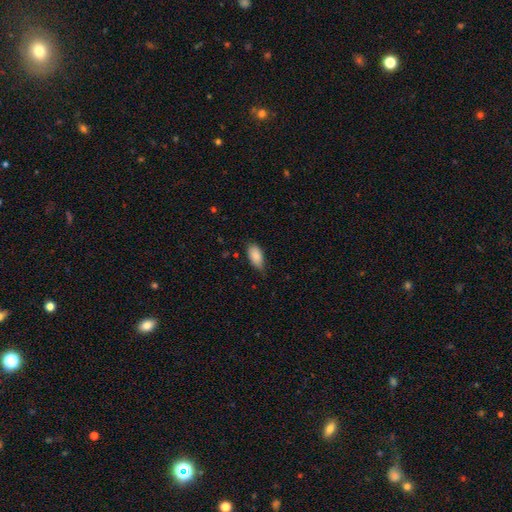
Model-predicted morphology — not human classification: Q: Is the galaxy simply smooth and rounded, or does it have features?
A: smooth — 87%.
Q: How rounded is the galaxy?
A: in between — 92%.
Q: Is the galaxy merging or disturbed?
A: none — 62%.